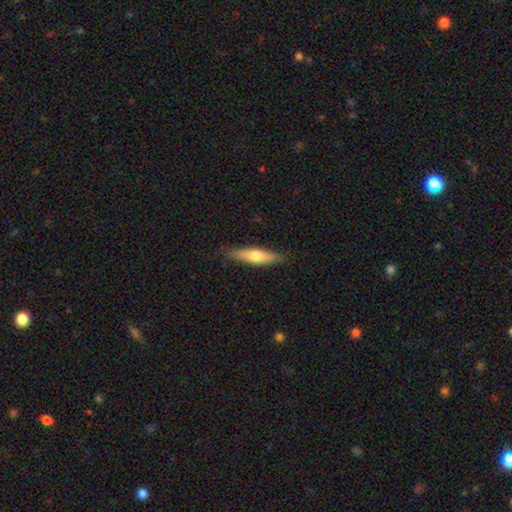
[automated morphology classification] smooth 59%, featured or disk 35%, star or artifact 6%. Down the decision tree: how rounded — cigar-shaped (72%); merging — none (84%).